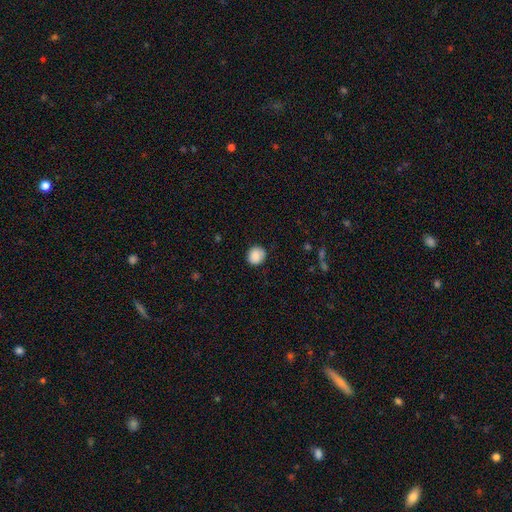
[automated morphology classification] Q: Smooth or featured?
A: smooth (86%); runner-up: star or artifact (8%)
Q: How rounded?
A: round (84%); runner-up: in between (15%)
Q: Merging?
A: none (84%); runner-up: minor disturbance (12%)